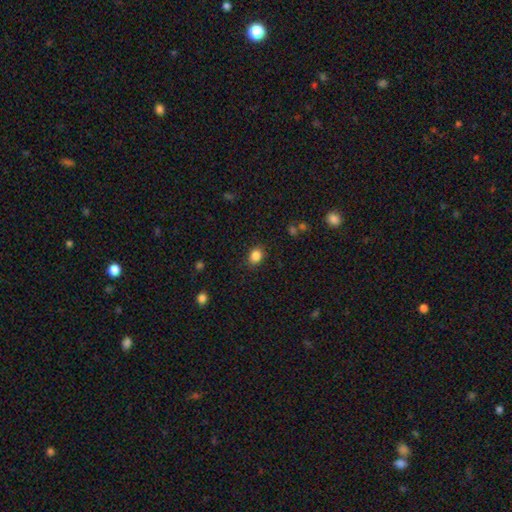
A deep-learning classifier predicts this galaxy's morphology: A smooth galaxy with no disk features (85%) that is in between round and cigar-shaped (52%). Merging: none (85%).